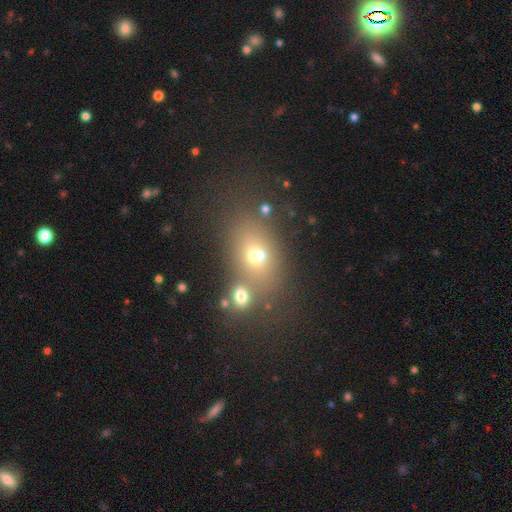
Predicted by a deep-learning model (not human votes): Smooth or featured: smooth — 63% (featured or disk — 20%)
How rounded: in between — 69% (round — 28%)
Merging: none — 47% (merger — 34%)